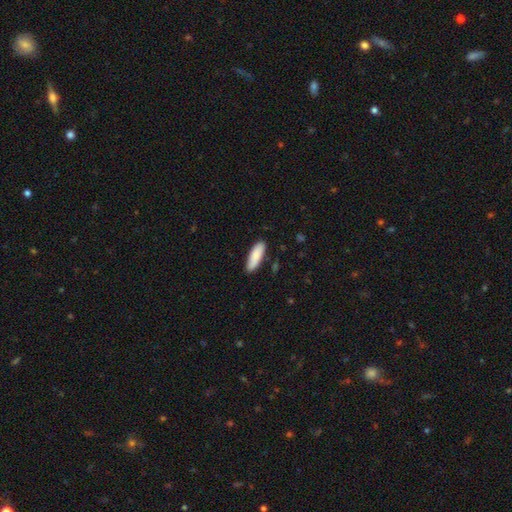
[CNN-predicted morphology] smooth 86%, featured or disk 9%, star or artifact 5%. Down the decision tree: how rounded — in between (58%); merging — none (85%).